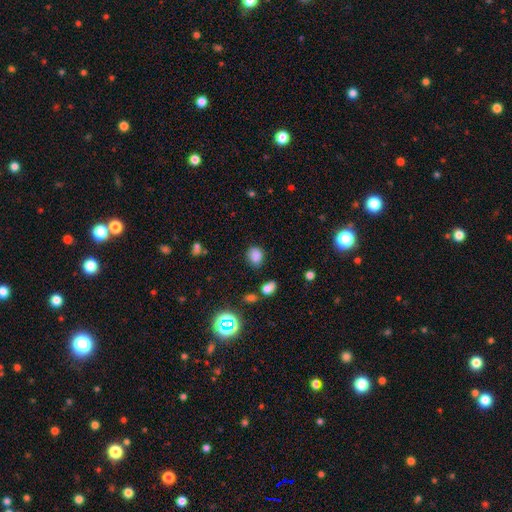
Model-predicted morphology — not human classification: smooth_or_featured: smooth (p=0.80) [alt: star or artifact p=0.15]
how_rounded: round (p=0.57) [alt: in between p=0.41]
merging: none (p=0.77) [alt: minor disturbance p=0.15]